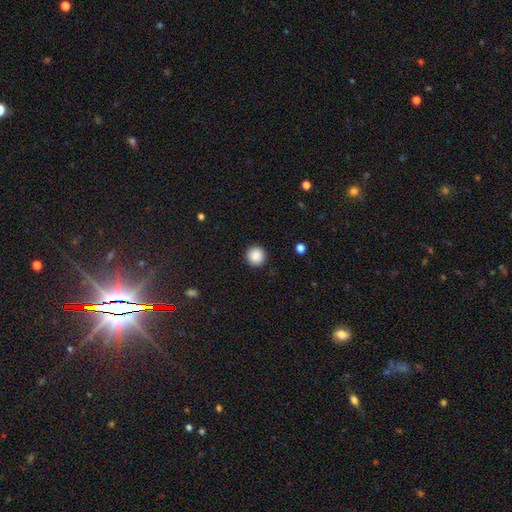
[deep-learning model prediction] A smooth galaxy with no disk features (88%) that is round (96%).

Vote fractions:
- Smooth or featured? smooth: 88% / star or artifact: 9% / featured or disk: 3%
- How rounded? round: 96% / in between: 3% / cigar-shaped: 1%
- Merging? none: 92% / minor disturbance: 5% / major disturbance: 2% / merger: 1%